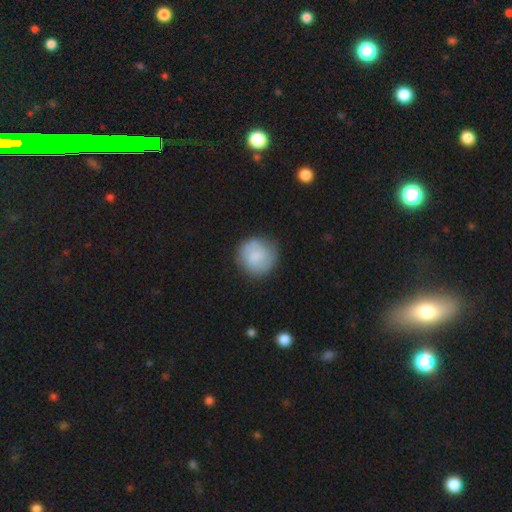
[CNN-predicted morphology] This is likely a smooth galaxy (76%). How rounded: clearly round (90%). Merging: likely none (75%).